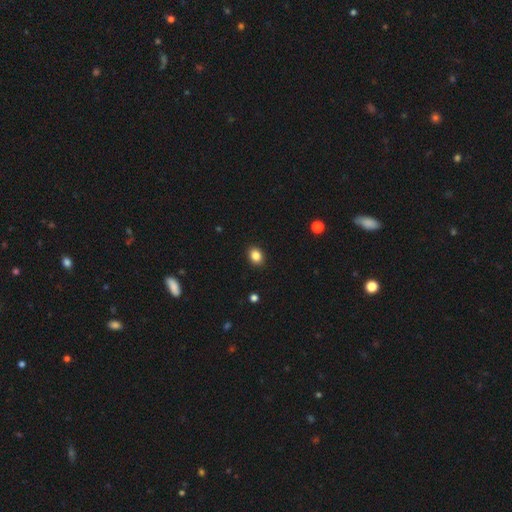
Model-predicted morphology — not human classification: Overall: smooth (85%). How rounded: in between (58%; round 41%). Merging: none (90%).